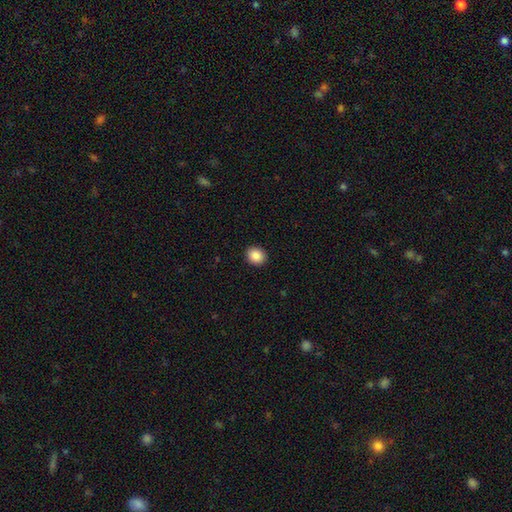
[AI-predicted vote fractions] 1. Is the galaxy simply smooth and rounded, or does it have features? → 87% smooth, 9% star or artifact, 4% featured or disk.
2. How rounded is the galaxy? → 67% round, 32% in between, 1% cigar-shaped.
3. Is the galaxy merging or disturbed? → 92% none, 5% minor disturbance, 2% major disturbance, 1% merger.